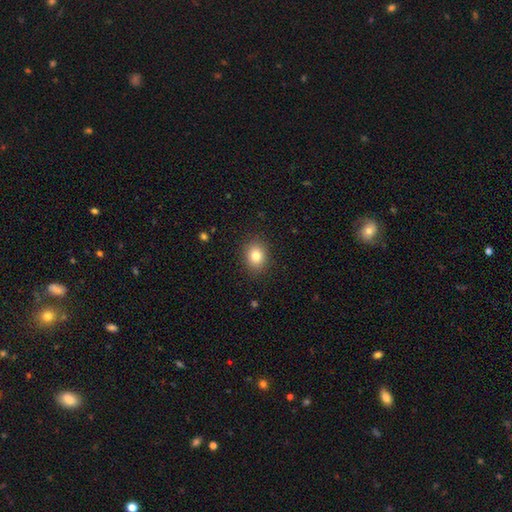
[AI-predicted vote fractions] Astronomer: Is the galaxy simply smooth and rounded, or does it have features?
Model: smooth — 82%.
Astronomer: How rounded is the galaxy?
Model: round — 60% (runner-up: in between, 39%).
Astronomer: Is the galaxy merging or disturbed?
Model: none — 89%.